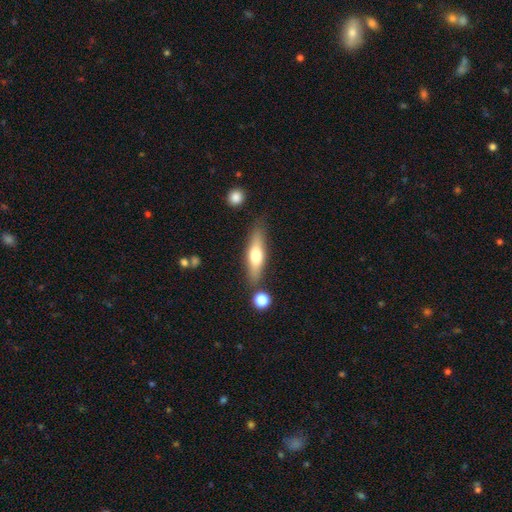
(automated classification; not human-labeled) smooth_or_featured: smooth (p=0.54) [alt: featured or disk p=0.40]
how_rounded: cigar-shaped (p=0.66) [alt: in between p=0.31]
merging: none (p=0.78) [alt: minor disturbance p=0.13]